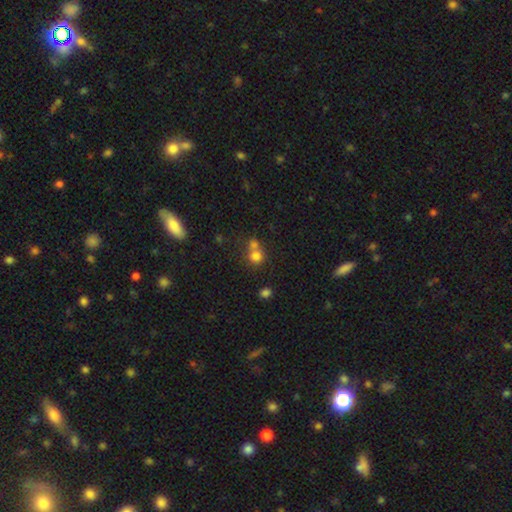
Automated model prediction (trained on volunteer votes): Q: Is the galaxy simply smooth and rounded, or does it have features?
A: smooth — 75%.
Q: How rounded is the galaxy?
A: round — 82%.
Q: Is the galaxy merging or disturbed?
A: merger — 47%.